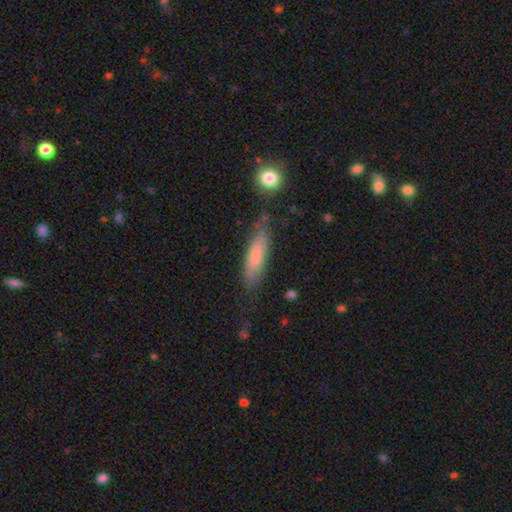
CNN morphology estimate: Q: Smooth or featured?
A: smooth (76%); runner-up: featured or disk (18%)
Q: How rounded?
A: cigar-shaped (69%); runner-up: in between (29%)
Q: Merging?
A: none (69%); runner-up: minor disturbance (21%)